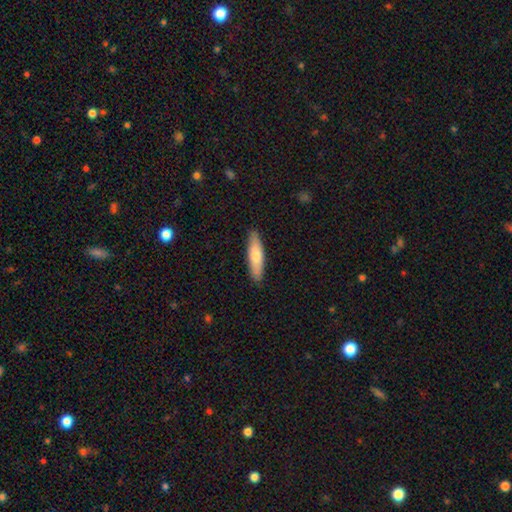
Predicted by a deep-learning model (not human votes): Smooth or featured? Predicted: smooth (p=0.72). How rounded? Predicted: cigar-shaped (p=0.73). Merging? Predicted: none (p=0.87).